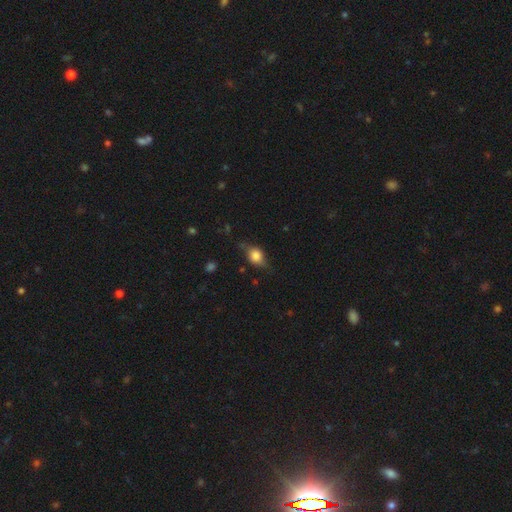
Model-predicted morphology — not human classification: smooth_or_featured: smooth (p=0.63) [alt: featured or disk p=0.28]
how_rounded: in between (p=0.53) [alt: round p=0.43]
merging: none (p=0.64) [alt: minor disturbance p=0.26]